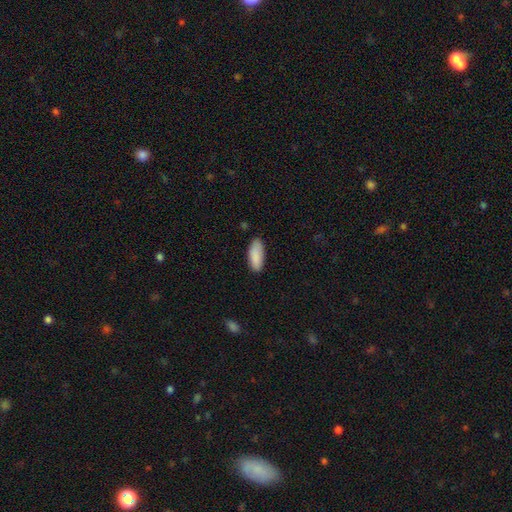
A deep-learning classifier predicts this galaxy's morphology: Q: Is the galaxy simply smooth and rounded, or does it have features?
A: smooth — 89%.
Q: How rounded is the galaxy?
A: in between — 79%.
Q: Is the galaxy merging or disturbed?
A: none — 81%.